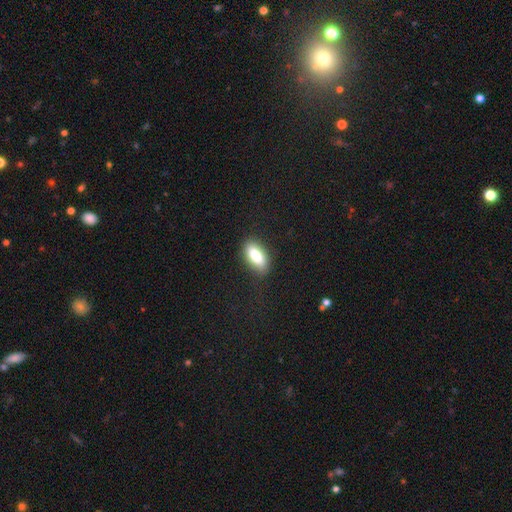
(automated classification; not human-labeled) A smooth galaxy with no disk features (79%) that is in between round and cigar-shaped (76%).

Vote fractions:
- Smooth or featured? smooth: 79% / featured or disk: 13% / star or artifact: 7%
- How rounded? in between: 76% / cigar-shaped: 21% / round: 3%
- Merging? none: 83% / minor disturbance: 12% / major disturbance: 3% / merger: 1%